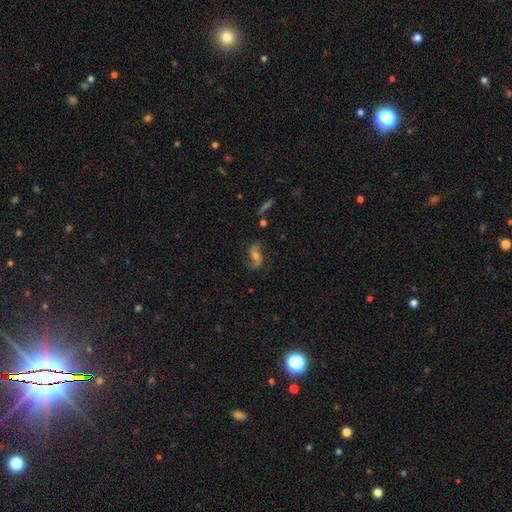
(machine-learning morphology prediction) Overall: featured or disk (75%). Edge-on disk: no (95%). Bar: no (53%; weak 32%). Spiral arms: yes (93%). Spiral arm count: 2 (87%). Spiral winding: loose (52%; medium 36%). Bulge size: moderate (56%; small 36%). Merging: none (72%).